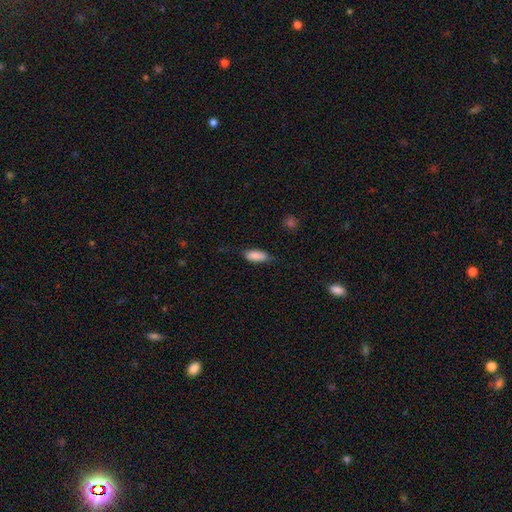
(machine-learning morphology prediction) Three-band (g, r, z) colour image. It shows a smooth galaxy with no disk features (87%) that is in between round and cigar-shaped (78%). Merging: none (72%).